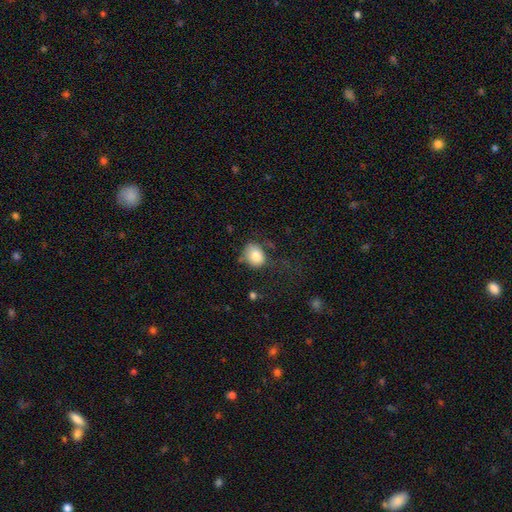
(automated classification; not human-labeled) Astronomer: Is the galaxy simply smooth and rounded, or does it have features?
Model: smooth — 82%.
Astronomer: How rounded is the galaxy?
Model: round — 53% (runner-up: in between, 46%).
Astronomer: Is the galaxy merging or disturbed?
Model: none — 53%.